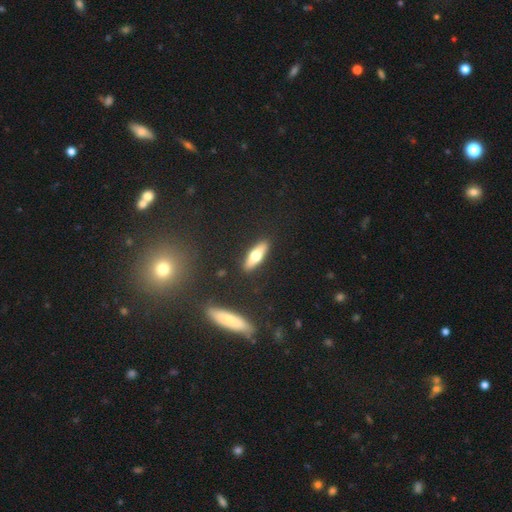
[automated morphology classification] Smooth or featured: smooth — 57% (featured or disk — 37%)
How rounded: cigar-shaped — 56% (in between — 42%)
Merging: none — 89% (minor disturbance — 8%)